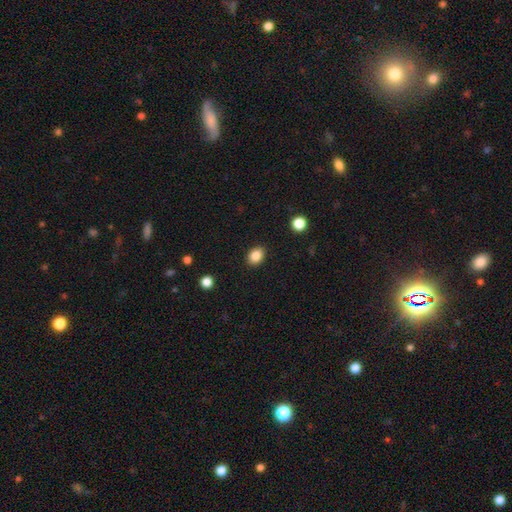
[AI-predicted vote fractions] Smooth or featured? Predicted: smooth (p=0.86). How rounded? Predicted: in between (p=0.66). Merging? Predicted: none (p=0.89).